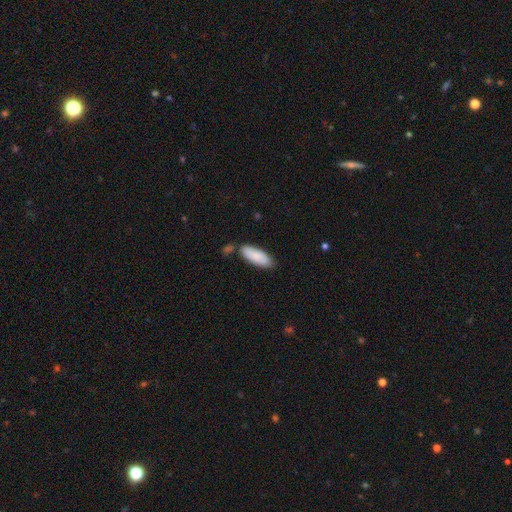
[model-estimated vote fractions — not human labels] A smooth galaxy with no disk features (87%) that is in between round and cigar-shaped (68%).

Vote fractions:
- Smooth or featured? smooth: 87% / featured or disk: 8% / star or artifact: 5%
- How rounded? in between: 68% / cigar-shaped: 30% / round: 2%
- Merging? none: 75% / minor disturbance: 15% / merger: 8% / major disturbance: 3%